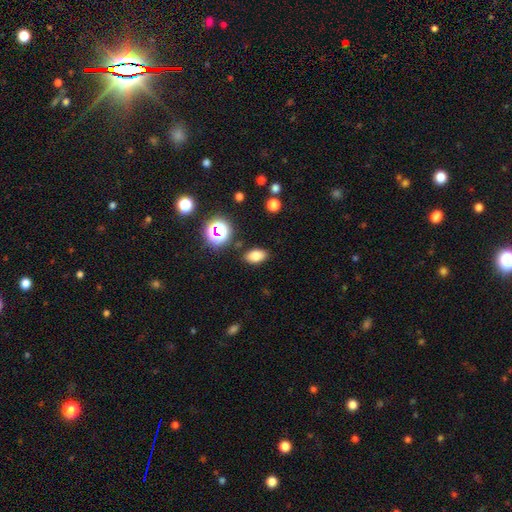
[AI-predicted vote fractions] This is likely a smooth galaxy (76%). How rounded: clearly in between (87%). Merging: clearly none (85%).